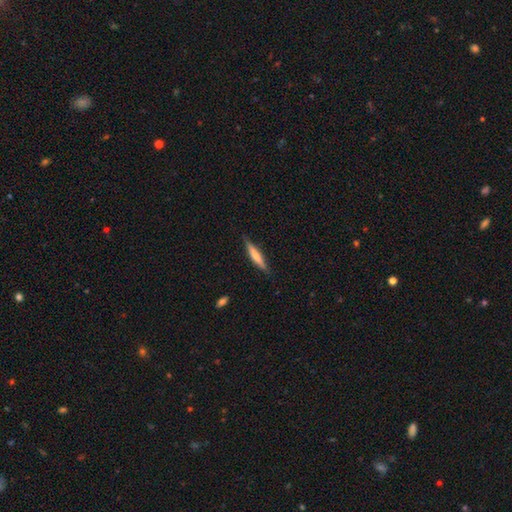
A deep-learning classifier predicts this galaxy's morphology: The model was most divided on "smooth or featured": smooth: 56%, featured or disk: 39%, star or artifact: 6%. More confident: how rounded — cigar-shaped (90%); merging — none (86%).